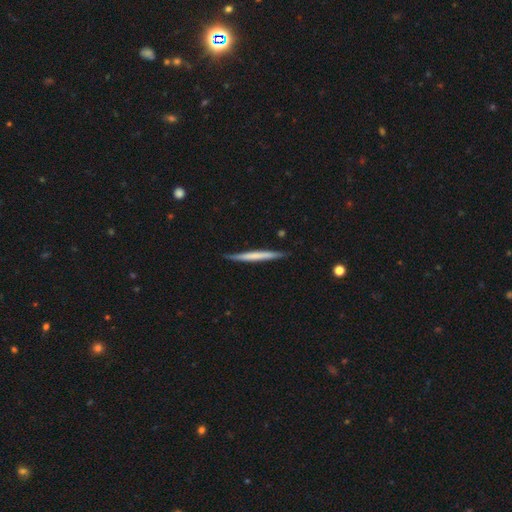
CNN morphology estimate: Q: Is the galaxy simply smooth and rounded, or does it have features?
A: smooth — 52%.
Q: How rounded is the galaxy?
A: cigar-shaped — 97%.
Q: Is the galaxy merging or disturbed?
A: none — 87%.